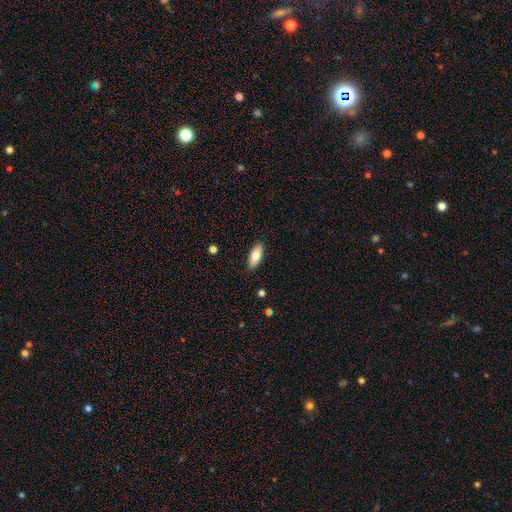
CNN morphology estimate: Q: Smooth or featured?
A: smooth (77%); runner-up: featured or disk (17%)
Q: How rounded?
A: in between (77%); runner-up: cigar-shaped (21%)
Q: Merging?
A: none (88%); runner-up: minor disturbance (10%)